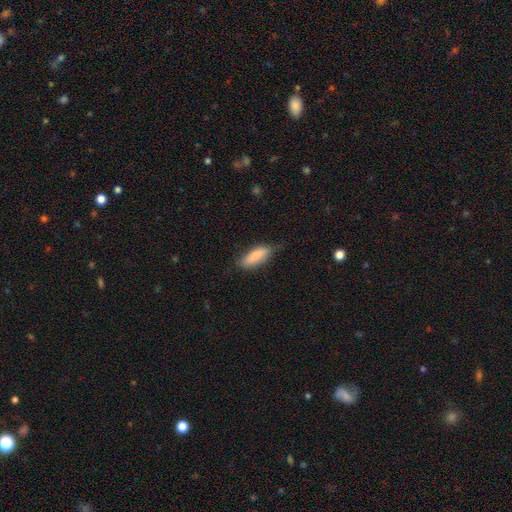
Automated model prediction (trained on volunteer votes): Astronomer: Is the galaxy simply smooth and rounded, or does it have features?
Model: smooth — 83%.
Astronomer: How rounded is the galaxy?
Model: in between — 61% (runner-up: cigar-shaped, 37%).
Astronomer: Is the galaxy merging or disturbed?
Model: none — 69%.